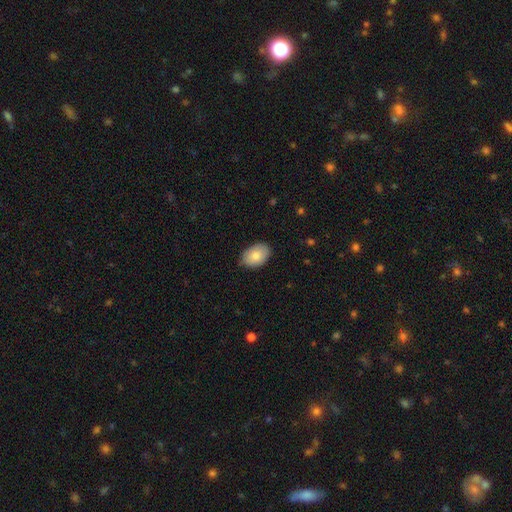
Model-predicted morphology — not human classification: Smooth or featured: smooth — 82% (featured or disk — 12%)
How rounded: in between — 85% (round — 14%)
Merging: none — 81% (minor disturbance — 15%)